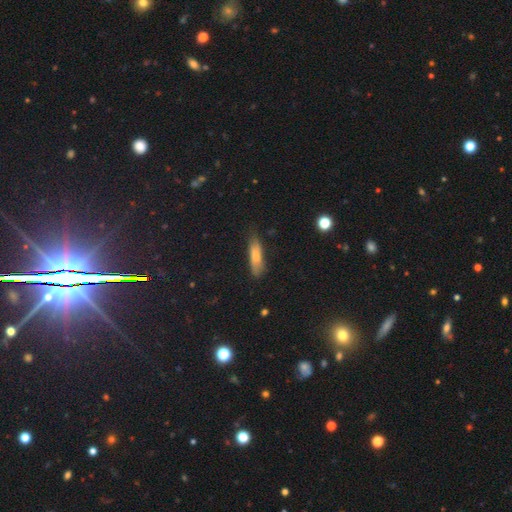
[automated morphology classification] Smooth or featured? Predicted: smooth (p=0.78). How rounded? Predicted: cigar-shaped (p=0.61). Merging? Predicted: none (p=0.70).